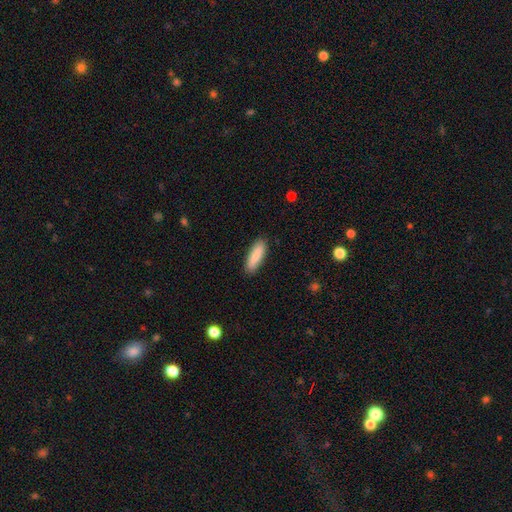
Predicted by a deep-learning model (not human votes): Smooth or featured?
  - smooth: 87% *
  - featured or disk: 8%
  - star or artifact: 6%
How rounded?
  - cigar-shaped: 57% *
  - in between: 42%
  - round: 1%
Merging?
  - none: 89% *
  - minor disturbance: 9%
  - major disturbance: 2%
  - merger: 1%